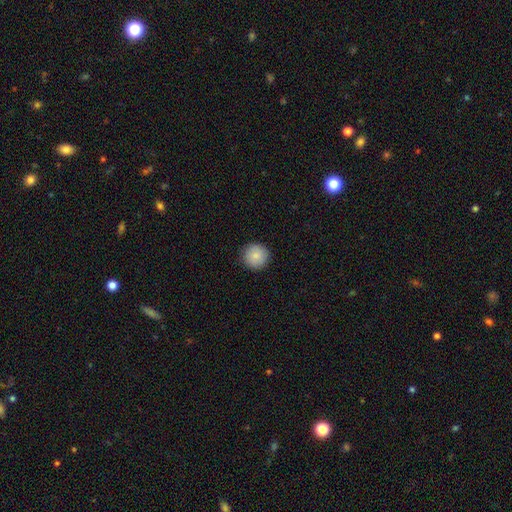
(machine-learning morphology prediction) Smooth or featured?
  - smooth: 85% *
  - featured or disk: 8%
  - star or artifact: 7%
How rounded?
  - round: 95% *
  - in between: 4%
  - cigar-shaped: 1%
Merging?
  - none: 90% *
  - minor disturbance: 7%
  - major disturbance: 2%
  - merger: 1%